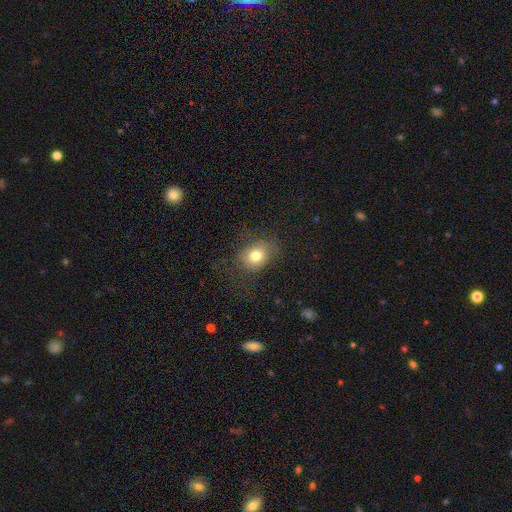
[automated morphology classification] This is likely a smooth galaxy (77%). How rounded: possibly round (57%). Merging: likely none (69%).